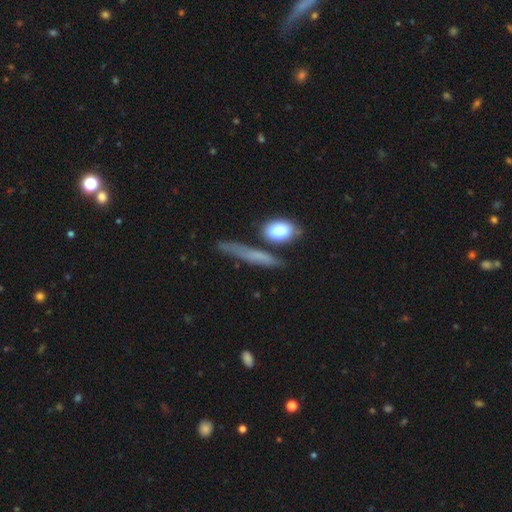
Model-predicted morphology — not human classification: This appears to be a smooth galaxy with no disk features (58%) that is cigar-shaped (71%). Merging: none (65%).